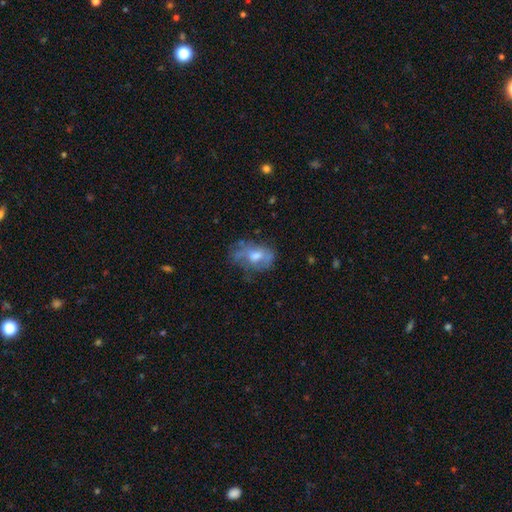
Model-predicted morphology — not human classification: type=featured or disk (52%); edge-on=no (94%); merging=none (46%).